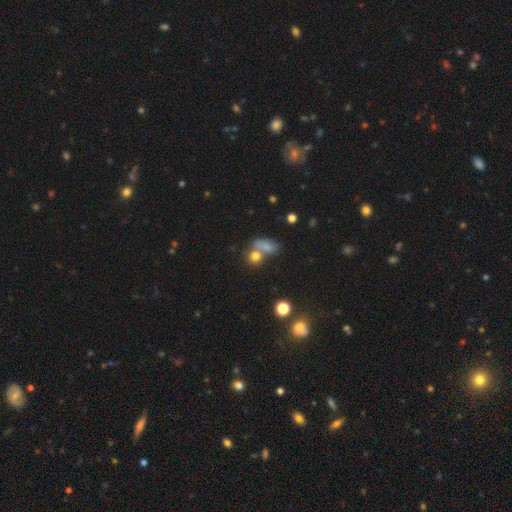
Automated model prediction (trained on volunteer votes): smooth 75%, star or artifact 14%, featured or disk 11%. Down the decision tree: how rounded — round (59%); merging — merger (43%).